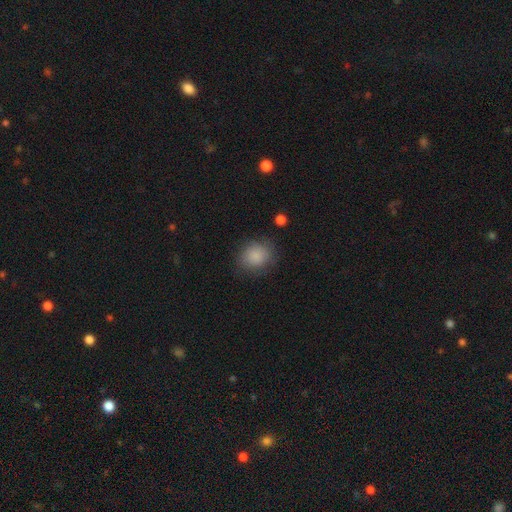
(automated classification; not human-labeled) Overall: smooth (85%). How rounded: round (75%). Merging: none (80%).